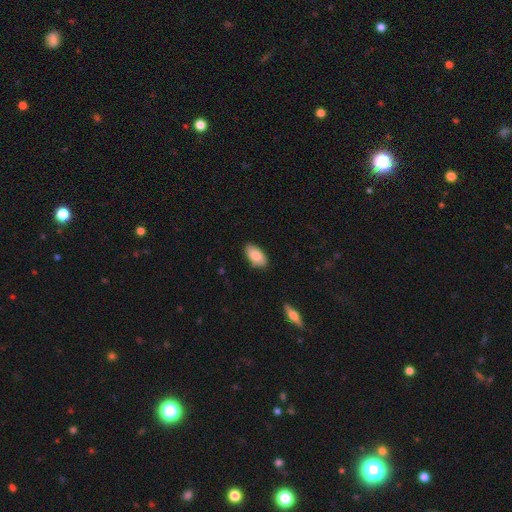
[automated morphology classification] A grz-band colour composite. It shows a smooth galaxy with no disk features (84%) that is in between round and cigar-shaped (94%). Merging: none (83%).